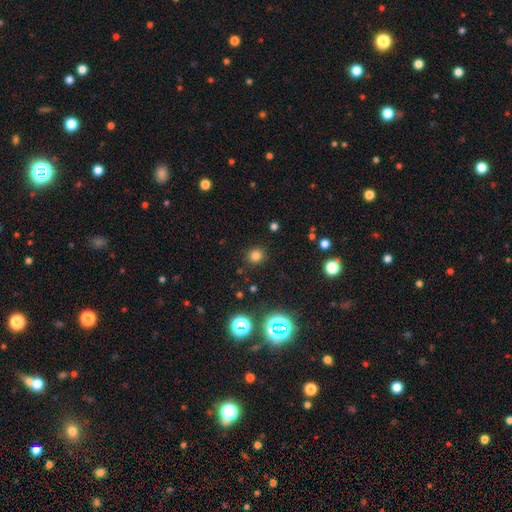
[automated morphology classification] The model was most divided on "smooth or featured": smooth: 75%, star or artifact: 19%, featured or disk: 5%. More confident: how rounded — round (90%); merging — none (89%).